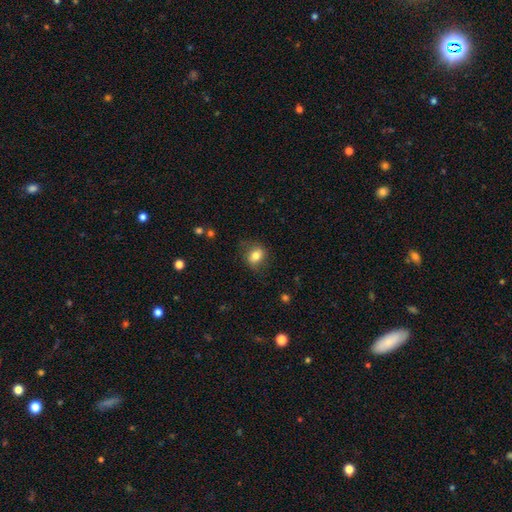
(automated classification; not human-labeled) Smooth or featured: smooth — 78% (featured or disk — 13%)
How rounded: in between — 55% (round — 44%)
Merging: none — 73% (minor disturbance — 19%)